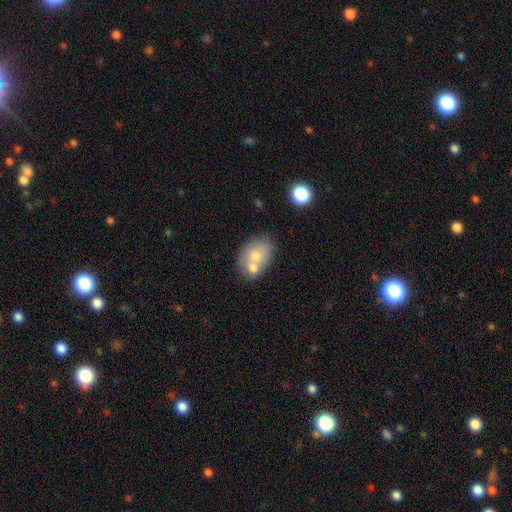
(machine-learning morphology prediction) smooth 67%, featured or disk 25%, star or artifact 8%. Down the decision tree: how rounded — in between (79%); merging — none (43%).